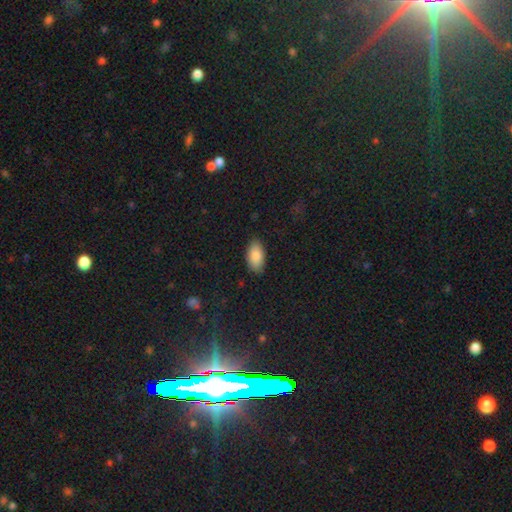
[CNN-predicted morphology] Smooth or featured? Predicted: smooth (p=0.88). How rounded? Predicted: in between (p=0.94). Merging? Predicted: none (p=0.85).